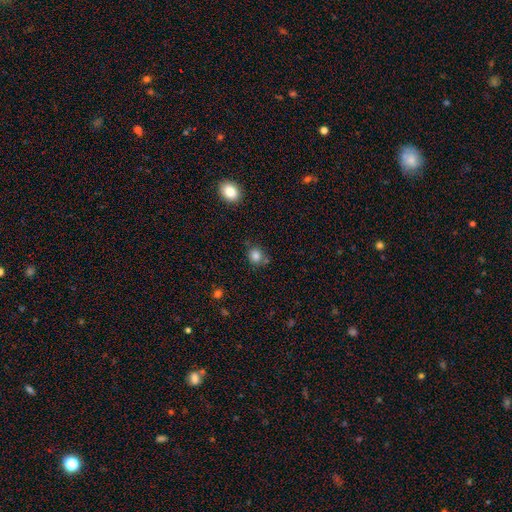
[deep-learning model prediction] The model was most divided on "merging": none: 73%, minor disturbance: 14%, merger: 9%, major disturbance: 3%. More confident: smooth or featured — smooth (82%); how rounded — round (79%).